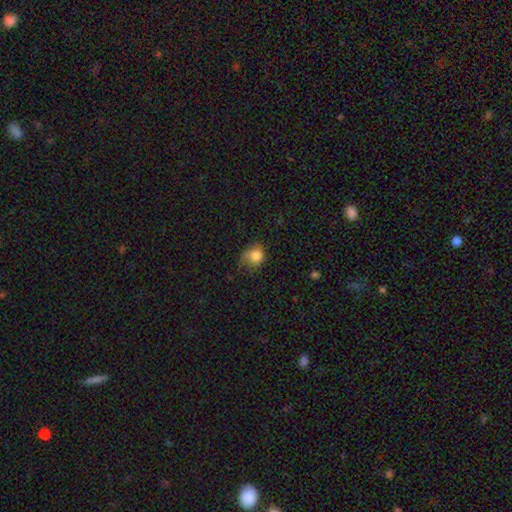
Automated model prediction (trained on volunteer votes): Smooth or featured? smooth (82%)
How rounded? round (68%)
Merging? none (49%)